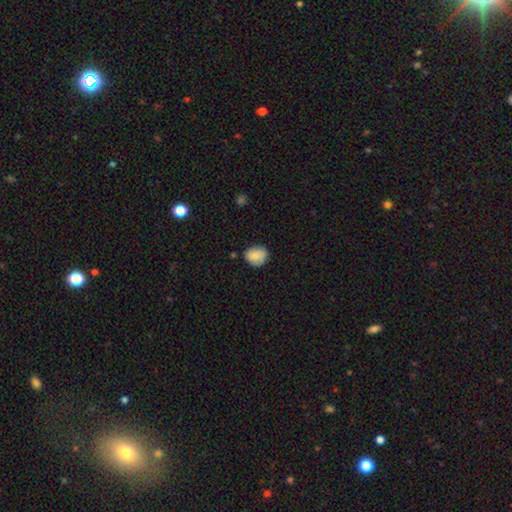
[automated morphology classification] type=smooth (81%); roundness=round (66%); merging=none (74%).